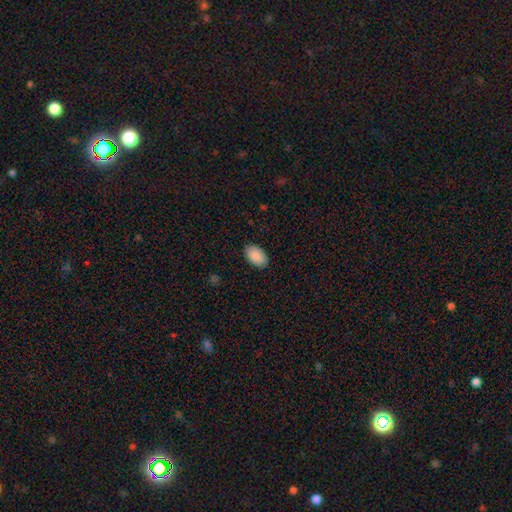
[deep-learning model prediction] smooth_or_featured: smooth (p=0.90) [alt: star or artifact p=0.06]
how_rounded: in between (p=0.94) [alt: round p=0.05]
merging: none (p=0.89) [alt: minor disturbance p=0.08]